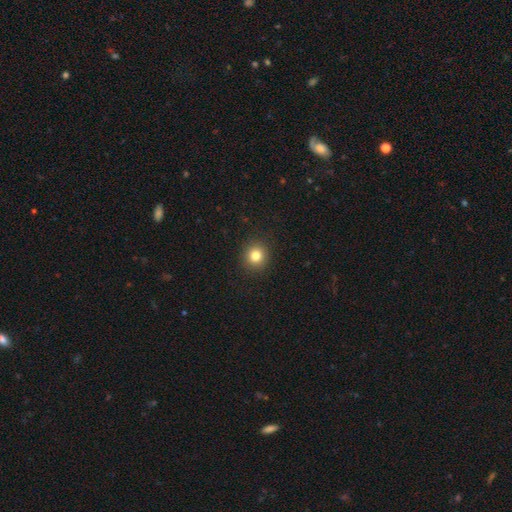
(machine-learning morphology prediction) This appears to be a smooth galaxy with no disk features (82%) that is round (91%). Merging: none (92%).